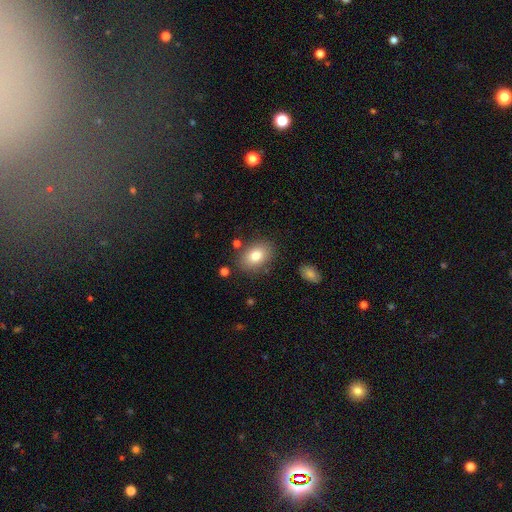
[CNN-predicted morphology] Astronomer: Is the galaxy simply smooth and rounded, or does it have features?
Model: smooth — 81%.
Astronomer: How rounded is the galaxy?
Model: in between — 79%.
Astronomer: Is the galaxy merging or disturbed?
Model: none — 82%.